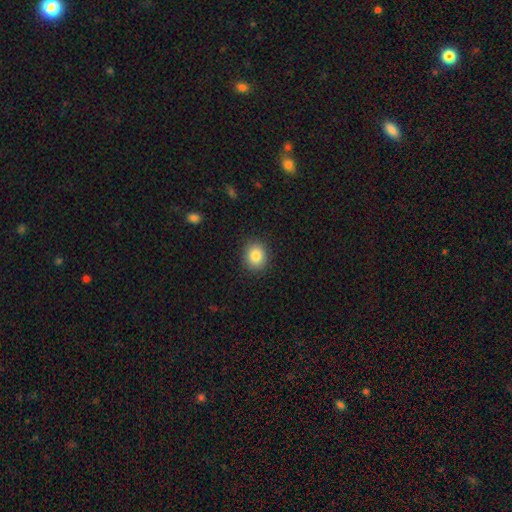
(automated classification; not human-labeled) smooth_or_featured: smooth (p=0.85) [alt: star or artifact p=0.09]
how_rounded: round (p=0.73) [alt: in between p=0.26]
merging: none (p=0.89) [alt: minor disturbance p=0.07]